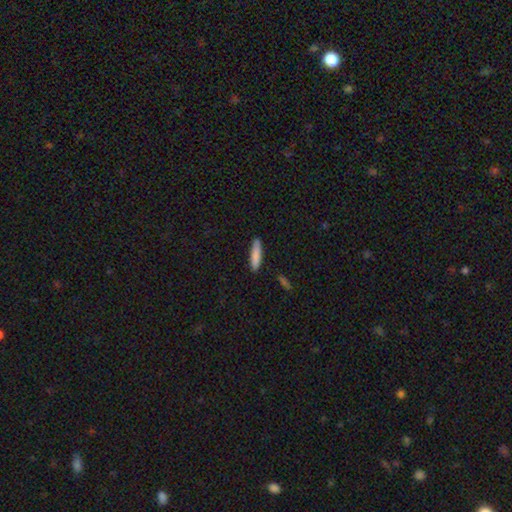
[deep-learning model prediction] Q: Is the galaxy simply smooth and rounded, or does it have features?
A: smooth — 85%.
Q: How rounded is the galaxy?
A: cigar-shaped — 82%.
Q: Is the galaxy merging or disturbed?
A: none — 88%.